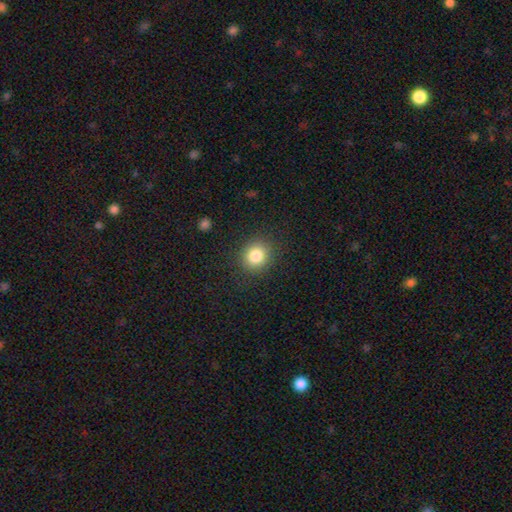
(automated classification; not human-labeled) A smooth galaxy with no disk features (84%) that is round (80%). Merging: none (87%).